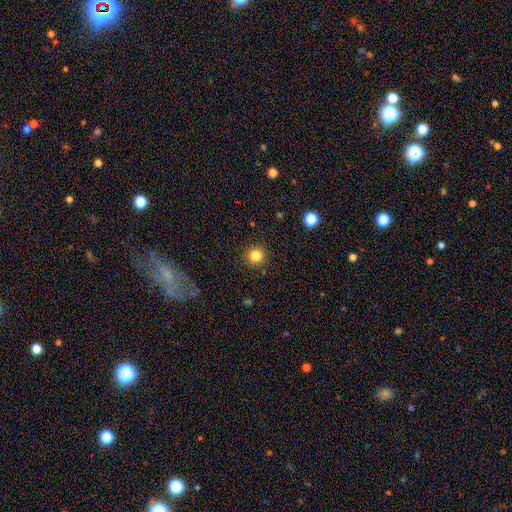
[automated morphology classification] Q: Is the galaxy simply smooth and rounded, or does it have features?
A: smooth — 84%.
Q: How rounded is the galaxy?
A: round — 94%.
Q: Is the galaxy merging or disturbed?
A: none — 91%.